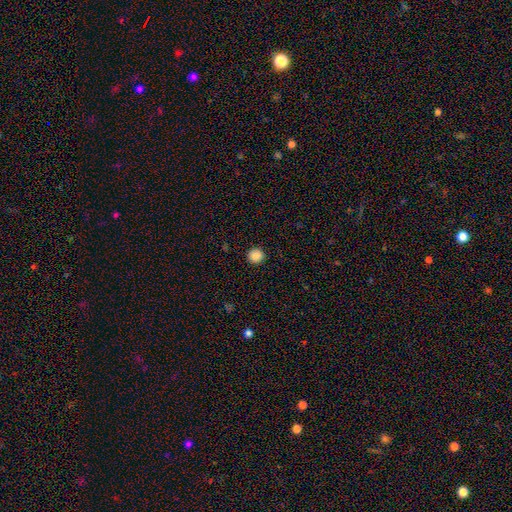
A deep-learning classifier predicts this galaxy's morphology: This is clearly a smooth galaxy (88%). How rounded: clearly round (95%). Merging: clearly none (93%).